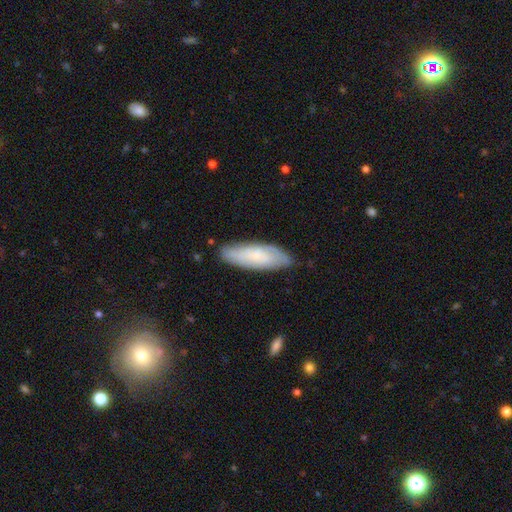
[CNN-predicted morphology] A smooth galaxy with no disk features (59%) that is in between round and cigar-shaped (55%).

Vote fractions:
- Smooth or featured? smooth: 59% / featured or disk: 34% / star or artifact: 7%
- How rounded? in between: 55% / cigar-shaped: 43% / round: 2%
- Merging? none: 80% / minor disturbance: 16% / major disturbance: 3% / merger: 1%